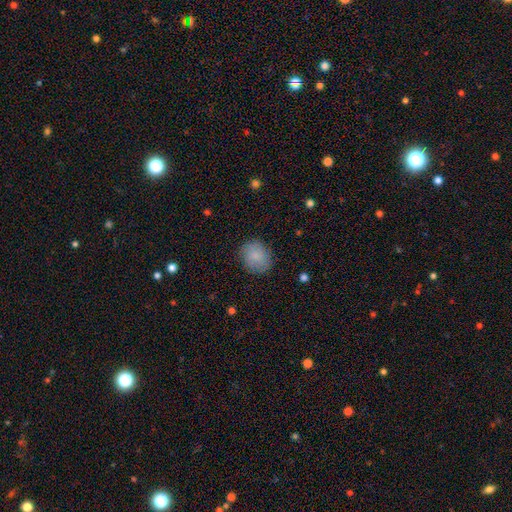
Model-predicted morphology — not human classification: Smooth or featured? smooth (84%)
How rounded? round (68%)
Merging? none (83%)